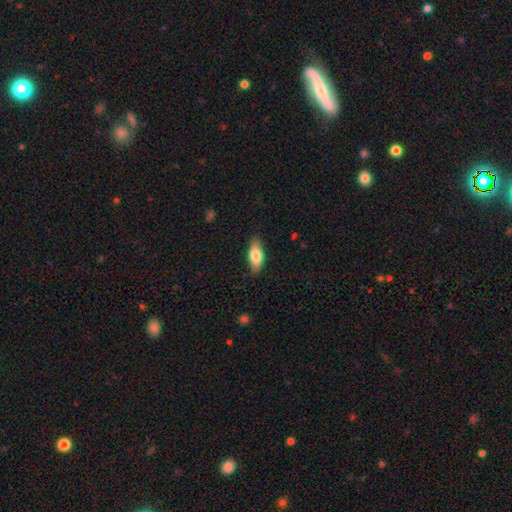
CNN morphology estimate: type=smooth (77%); roundness=in between (82%); merging=none (83%).